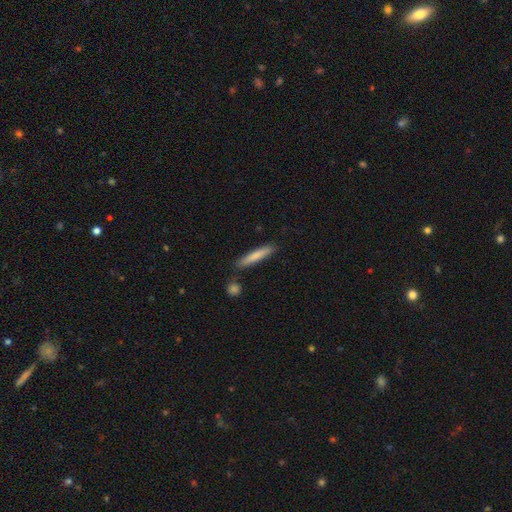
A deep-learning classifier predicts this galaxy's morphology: Smooth or featured? Predicted: smooth (p=0.78). How rounded? Predicted: cigar-shaped (p=0.92). Merging? Predicted: none (p=0.83).